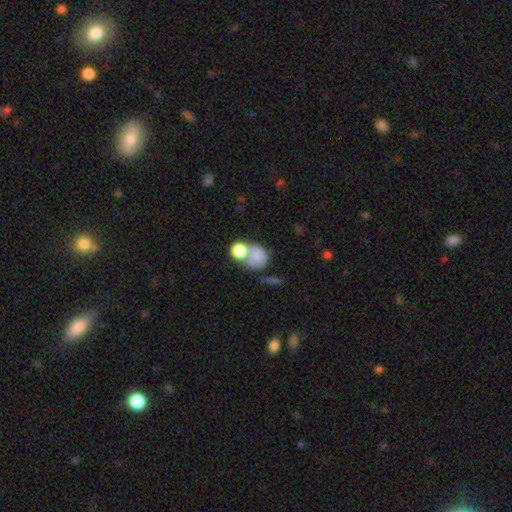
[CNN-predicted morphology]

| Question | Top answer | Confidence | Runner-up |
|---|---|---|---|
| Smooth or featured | smooth | 77% | featured or disk (13%) |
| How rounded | round | 68% | in between (30%) |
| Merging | merger | 47% | none (31%) |